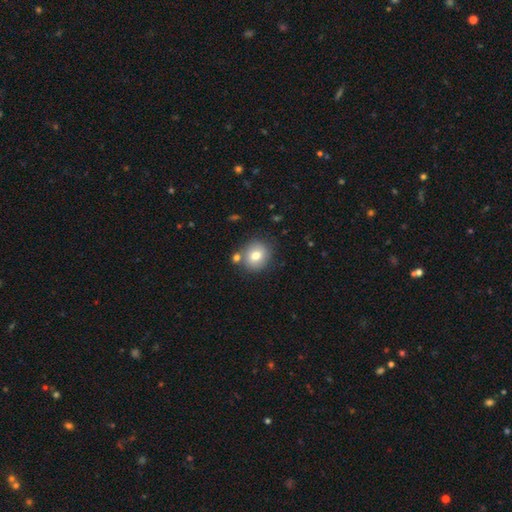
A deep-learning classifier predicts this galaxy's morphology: Smooth or featured: smooth — 76% (featured or disk — 14%)
How rounded: round — 82% (in between — 17%)
Merging: none — 74% (merger — 12%)